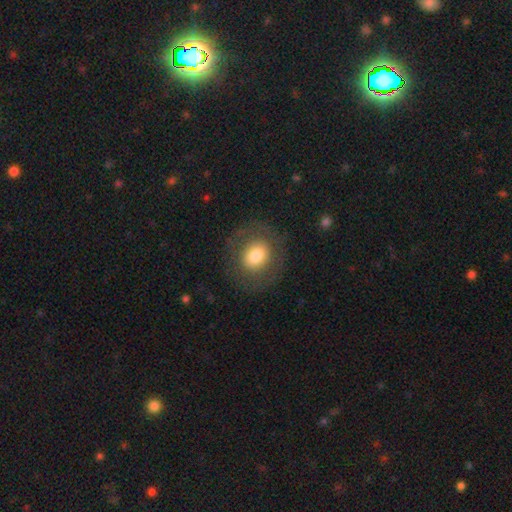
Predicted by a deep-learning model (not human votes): Smooth or featured?
  - smooth: 71% *
  - featured or disk: 20%
  - star or artifact: 9%
How rounded?
  - round: 76% *
  - in between: 24%
  - cigar-shaped: 1%
Merging?
  - none: 80% *
  - minor disturbance: 11%
  - major disturbance: 8%
  - merger: 1%